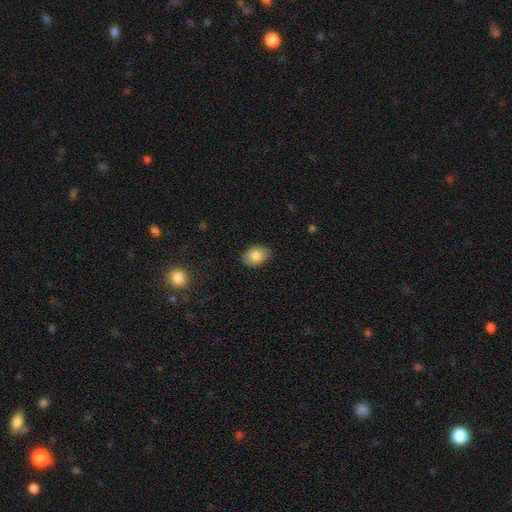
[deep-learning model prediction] Smooth or featured? smooth (83%)
How rounded? in between (77%)
Merging? none (85%)